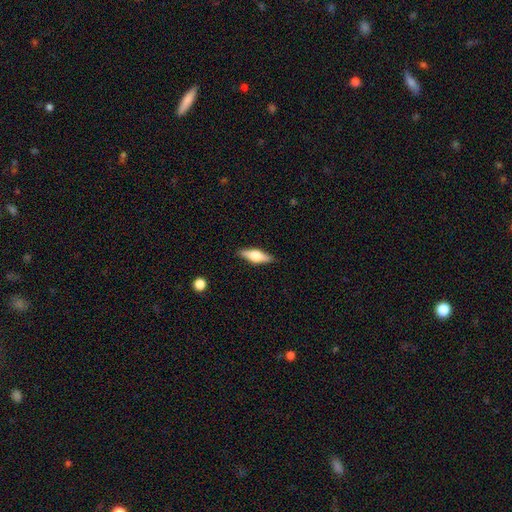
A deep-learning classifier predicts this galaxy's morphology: Smooth or featured: featured or disk — 49% (smooth — 45%)
Merging: none — 88% (minor disturbance — 9%)